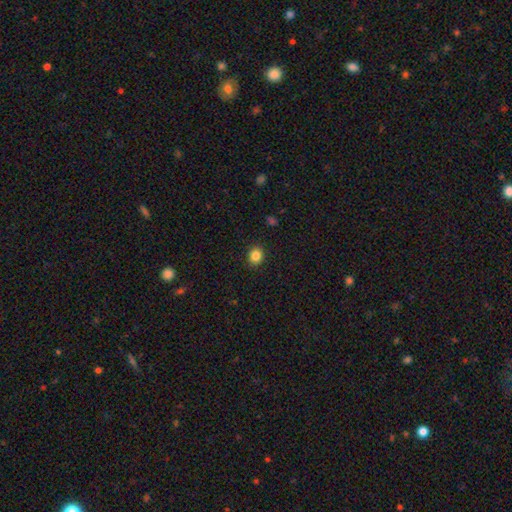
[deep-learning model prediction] Q: Smooth or featured?
A: smooth (85%); runner-up: star or artifact (11%)
Q: How rounded?
A: round (70%); runner-up: in between (29%)
Q: Merging?
A: none (91%); runner-up: minor disturbance (6%)